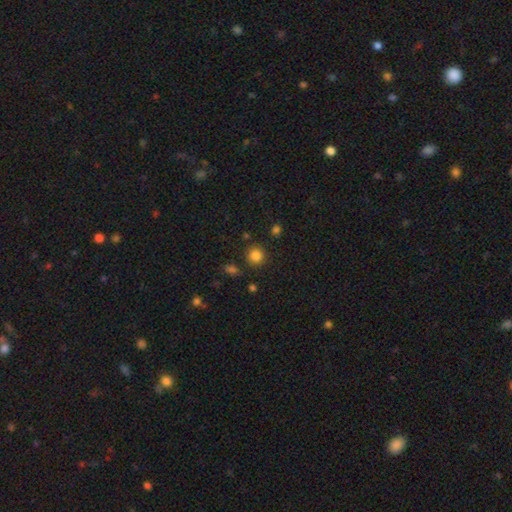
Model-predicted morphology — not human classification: Smooth or featured? smooth (83%)
How rounded? round (92%)
Merging? none (86%)